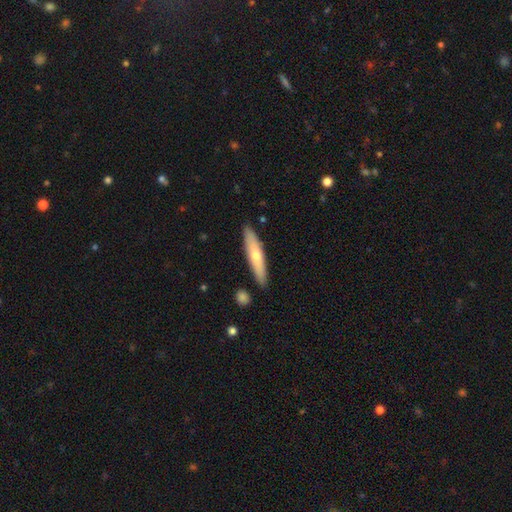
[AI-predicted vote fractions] Smooth or featured? smooth (56%)
How rounded? cigar-shaped (85%)
Merging? none (88%)